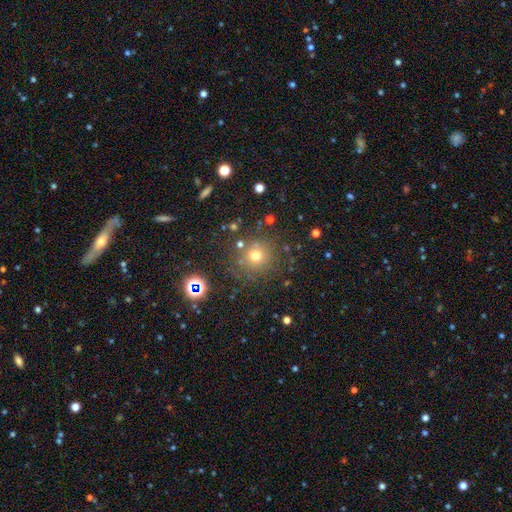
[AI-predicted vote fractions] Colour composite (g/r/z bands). It shows a smooth galaxy with no disk features (69%) that is round (93%). Merging: none (80%).